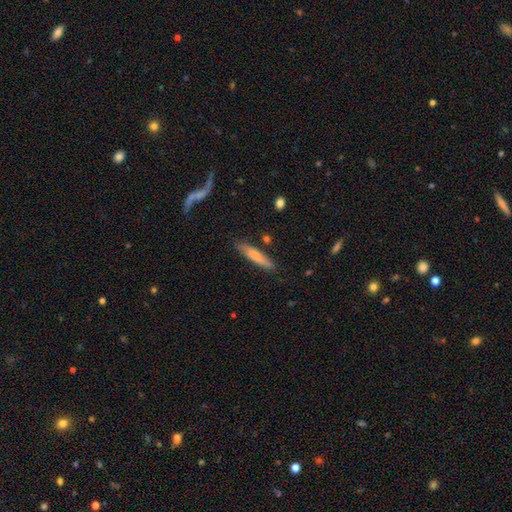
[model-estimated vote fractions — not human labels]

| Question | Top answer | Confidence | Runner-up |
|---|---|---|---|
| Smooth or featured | smooth | 73% | featured or disk (20%) |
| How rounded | cigar-shaped | 87% | in between (12%) |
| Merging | none | 80% | minor disturbance (14%) |